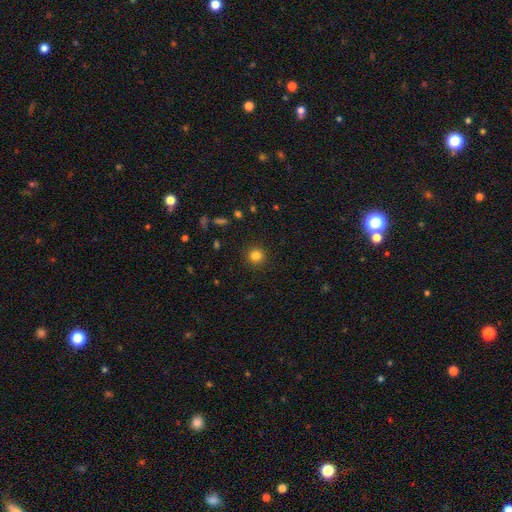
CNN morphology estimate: Q: Smooth or featured?
A: smooth (82%); runner-up: star or artifact (13%)
Q: How rounded?
A: round (94%); runner-up: in between (5%)
Q: Merging?
A: none (91%); runner-up: minor disturbance (5%)